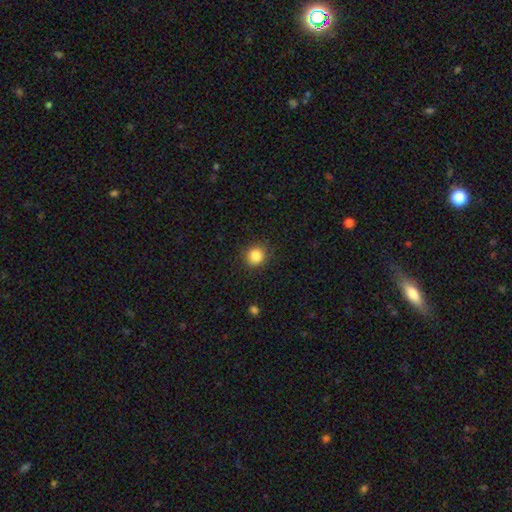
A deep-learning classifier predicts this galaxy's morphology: smooth 85%, star or artifact 11%, featured or disk 4%. Down the decision tree: how rounded — round (90%); merging — none (89%).